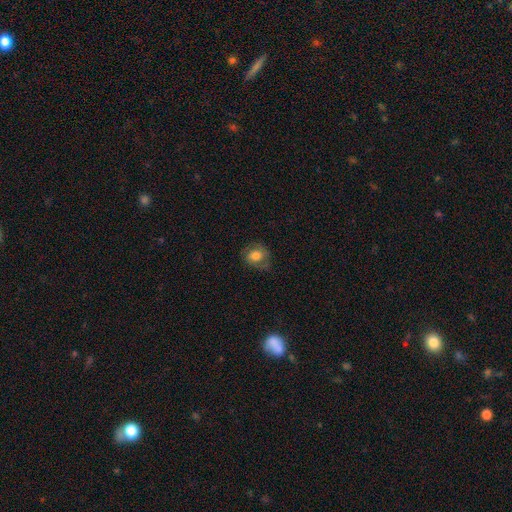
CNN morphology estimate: Q: Smooth or featured?
A: smooth (63%); runner-up: featured or disk (27%)
Q: How rounded?
A: round (61%); runner-up: in between (38%)
Q: Merging?
A: none (67%); runner-up: minor disturbance (21%)